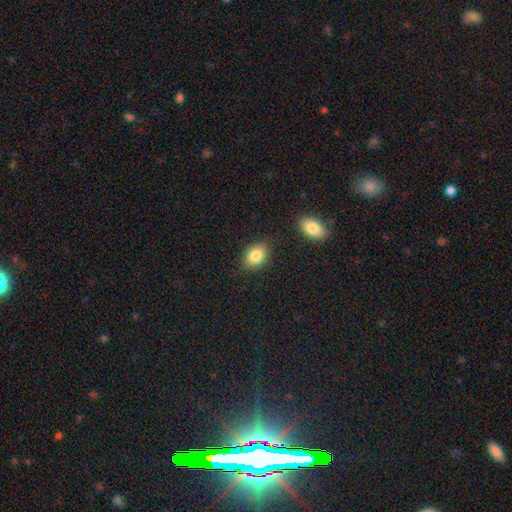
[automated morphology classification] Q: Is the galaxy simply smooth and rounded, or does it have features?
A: smooth — 84%.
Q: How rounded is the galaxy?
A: in between — 70%.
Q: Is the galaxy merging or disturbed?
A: none — 82%.